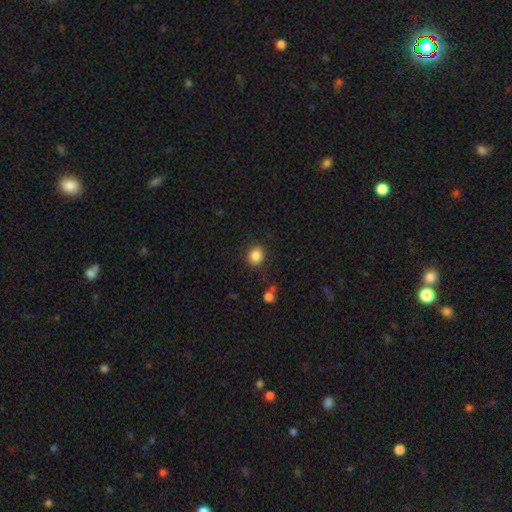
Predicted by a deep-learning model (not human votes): Smooth or featured: smooth — 86% (star or artifact — 10%)
How rounded: round — 75% (in between — 25%)
Merging: none — 87% (minor disturbance — 9%)